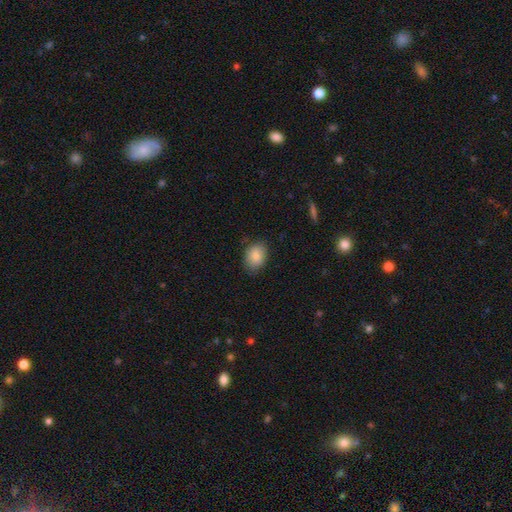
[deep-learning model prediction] A smooth galaxy with no disk features (86%) that is in between round and cigar-shaped (69%).

Vote fractions:
- Smooth or featured? smooth: 86% / star or artifact: 8% / featured or disk: 6%
- How rounded? in between: 69% / round: 30% / cigar-shaped: 1%
- Merging? none: 79% / minor disturbance: 16% / major disturbance: 3% / merger: 1%